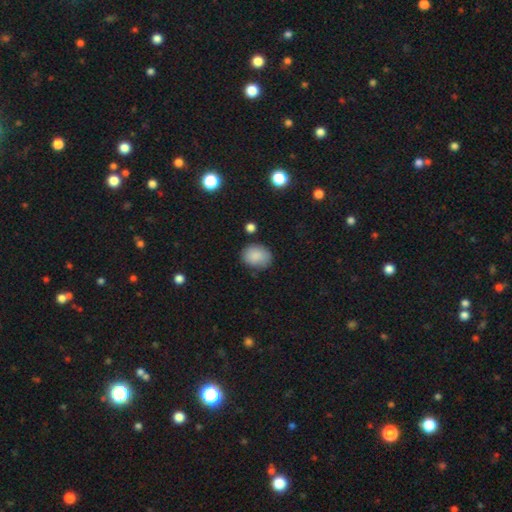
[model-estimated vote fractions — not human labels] A smooth galaxy with no disk features (85%) that is round (51%).

Vote fractions:
- Smooth or featured? smooth: 85% / star or artifact: 8% / featured or disk: 7%
- How rounded? round: 51% / in between: 48% / cigar-shaped: 1%
- Merging? none: 69% / minor disturbance: 22% / major disturbance: 5% / merger: 4%